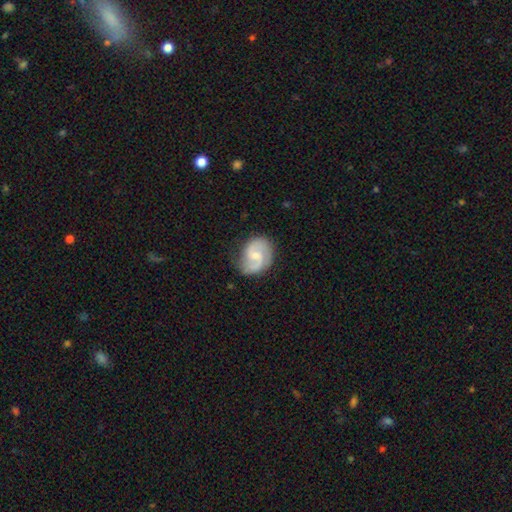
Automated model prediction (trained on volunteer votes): Smooth or featured: featured or disk — 81% (smooth — 14%)
Edge-on disk: no — 98% (yes — 2%)
Bar: weak — 50% (no — 42%)
Spiral arms: yes — 96% (no — 4%)
Spiral winding: medium — 54% (loose — 23%)
Spiral arm count: 2 — 89% (can't tell — 4%)
Bulge size: small — 51% (moderate — 38%)
Merging: none — 75% (minor disturbance — 18%)